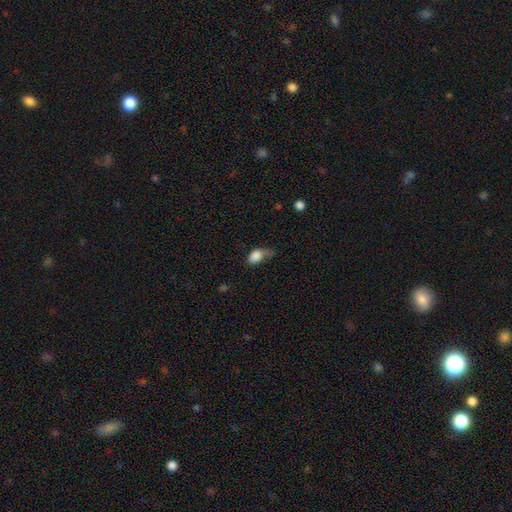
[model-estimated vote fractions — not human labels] A smooth galaxy with no disk features (83%) that is in between round and cigar-shaped (87%). Merging: minor disturbance (38%).